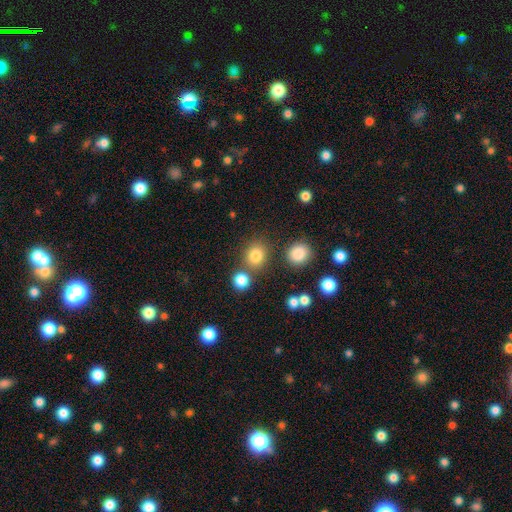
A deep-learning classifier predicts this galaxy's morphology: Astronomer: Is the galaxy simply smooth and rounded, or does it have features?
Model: smooth — 80%.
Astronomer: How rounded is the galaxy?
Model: round — 76%.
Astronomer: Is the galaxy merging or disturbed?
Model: none — 74%.